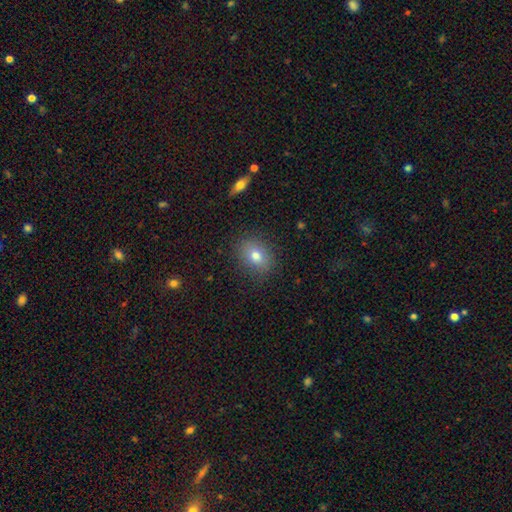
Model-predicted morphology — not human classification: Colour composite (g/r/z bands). It shows a smooth galaxy with no disk features (77%) that is in between round and cigar-shaped (57%). Merging: none (85%).